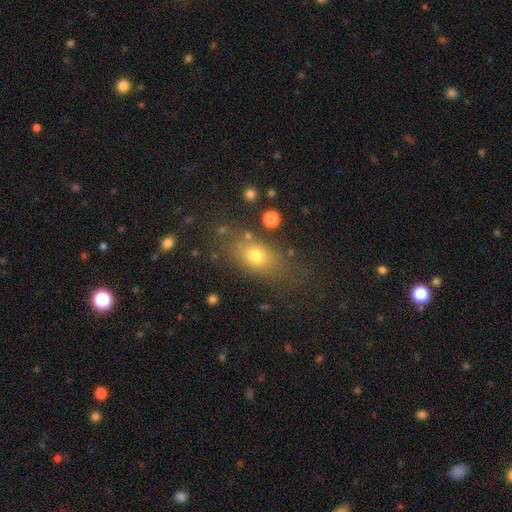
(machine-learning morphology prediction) Smooth or featured? Predicted: smooth (p=0.71). How rounded? Predicted: in between (p=0.68). Merging? Predicted: none (p=0.72).